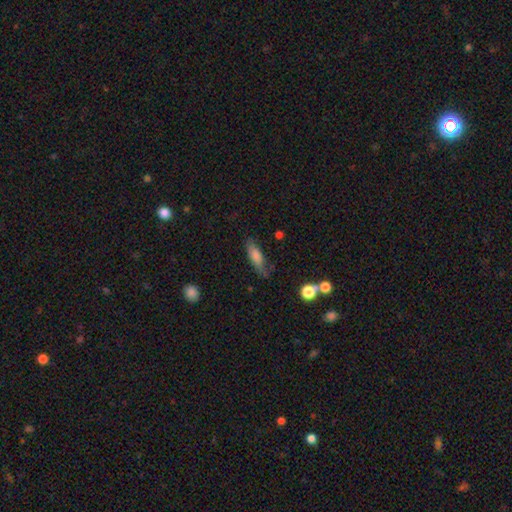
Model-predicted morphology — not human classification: Overall: smooth (70%). How rounded: in between (55%; cigar-shaped 41%). Merging: none (63%; minor disturbance 25%).